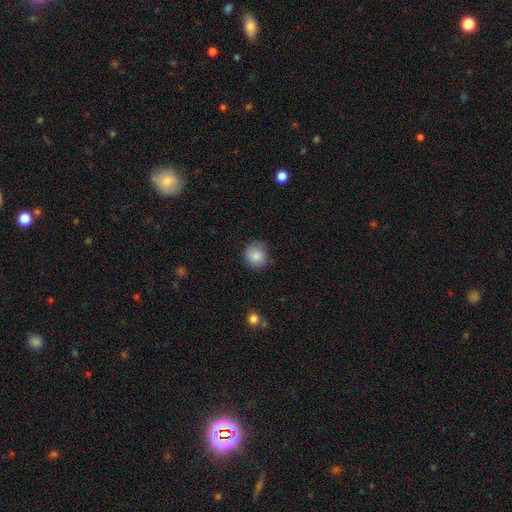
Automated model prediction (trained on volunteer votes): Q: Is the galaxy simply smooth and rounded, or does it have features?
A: smooth — 86%.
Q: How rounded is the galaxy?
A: round — 88%.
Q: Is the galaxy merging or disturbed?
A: none — 77%.